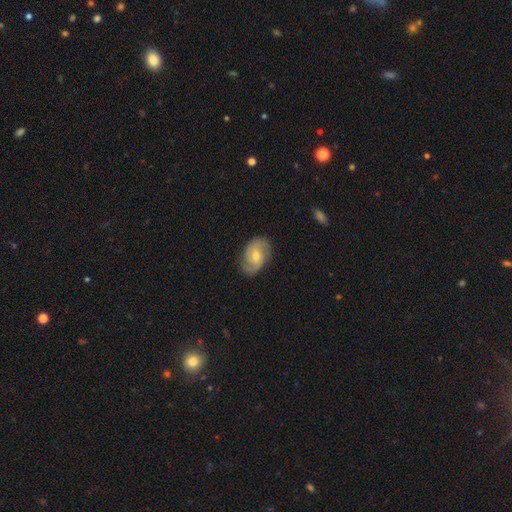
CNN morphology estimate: Overall: featured or disk (73%). Edge-on disk: no (96%). Bar: no (54%; weak 38%). Spiral arms: yes (92%). Spiral arm count: 2 (78%). Spiral winding: medium (43%; tight 40%). Bulge size: small (49%; moderate 47%). Merging: none (80%).